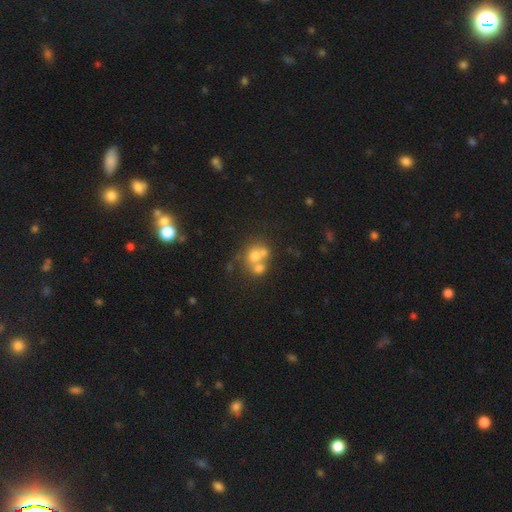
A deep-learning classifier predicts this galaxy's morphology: The model was most divided on "merging": merger: 53%, none: 33%, minor disturbance: 8%, major disturbance: 5%. More confident: how rounded — round (74%); smooth or featured — smooth (59%).